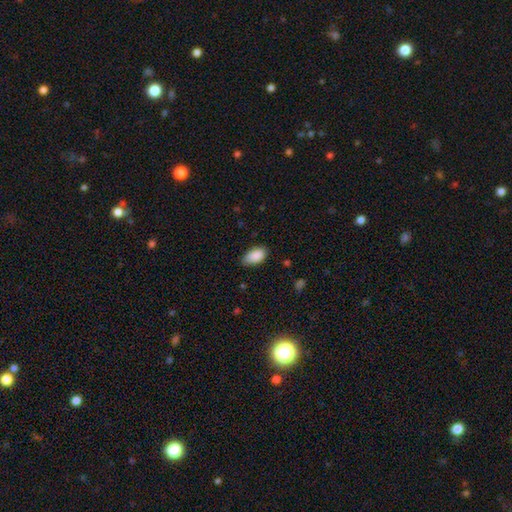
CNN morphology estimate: This is clearly a smooth galaxy (89%). How rounded: clearly in between (94%). Merging: likely none (74%).